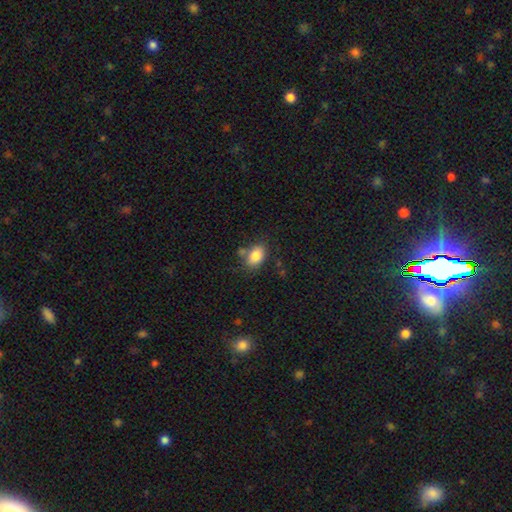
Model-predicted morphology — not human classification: The model was most divided on "merging": none: 69%, minor disturbance: 15%, merger: 11%, major disturbance: 4%. More confident: how rounded — in between (85%); smooth or featured — smooth (84%).